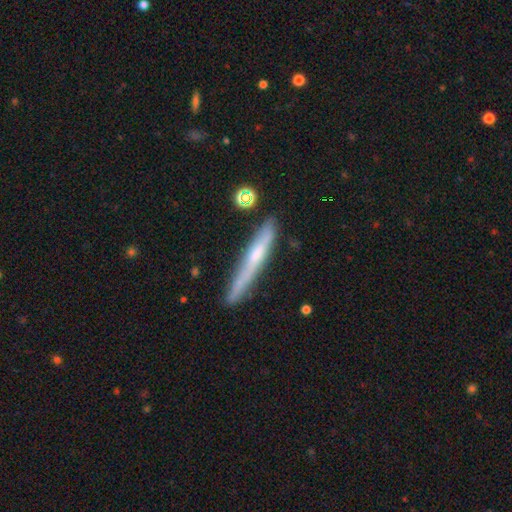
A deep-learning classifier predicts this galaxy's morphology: Smooth or featured?
  - featured or disk: 51% *
  - smooth: 42%
  - star or artifact: 7%
Edge-on disk?
  - yes: 92% *
  - no: 8%
Merging?
  - none: 77% *
  - minor disturbance: 16%
  - merger: 4%
  - major disturbance: 3%